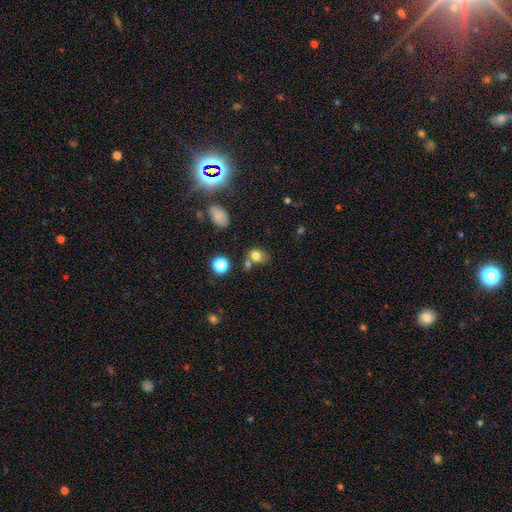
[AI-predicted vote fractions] smooth_or_featured: smooth (p=0.76) [alt: star or artifact p=0.14]
how_rounded: round (p=0.52) [alt: in between p=0.47]
merging: none (p=0.53) [alt: merger p=0.24]